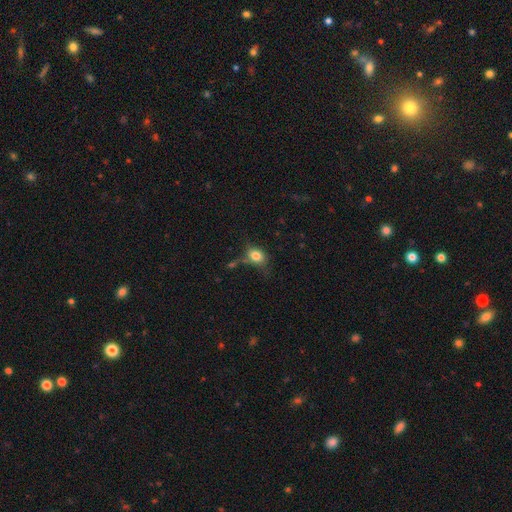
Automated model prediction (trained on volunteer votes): A smooth galaxy with no disk features (78%) that is in between round and cigar-shaped (60%). Merging: none (48%).